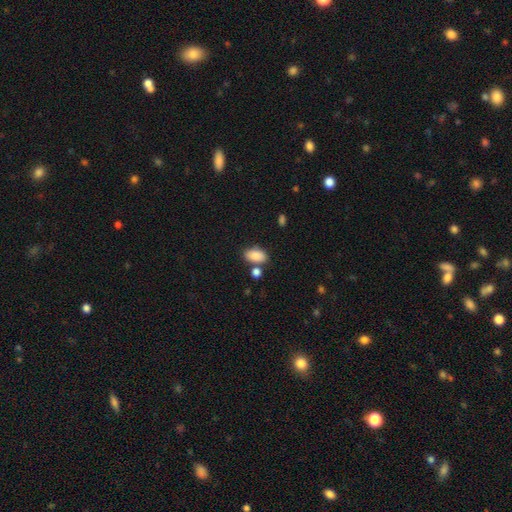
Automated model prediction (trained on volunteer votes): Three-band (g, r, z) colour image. It shows a smooth galaxy with no disk features (88%) that is in between round and cigar-shaped (92%). Merging: none (69%).